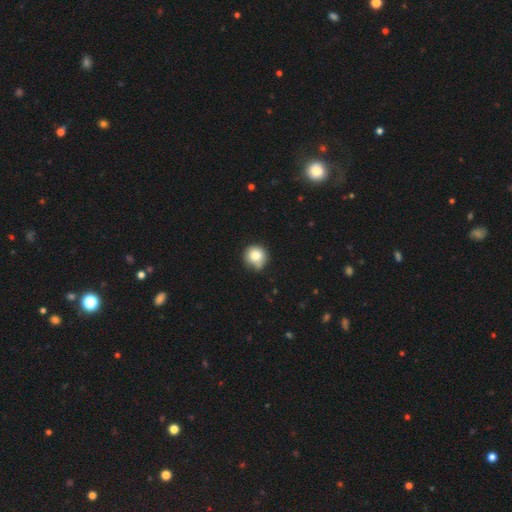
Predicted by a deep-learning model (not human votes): Smooth or featured: smooth — 81% (star or artifact — 10%)
How rounded: round — 90% (in between — 9%)
Merging: none — 65% (minor disturbance — 25%)